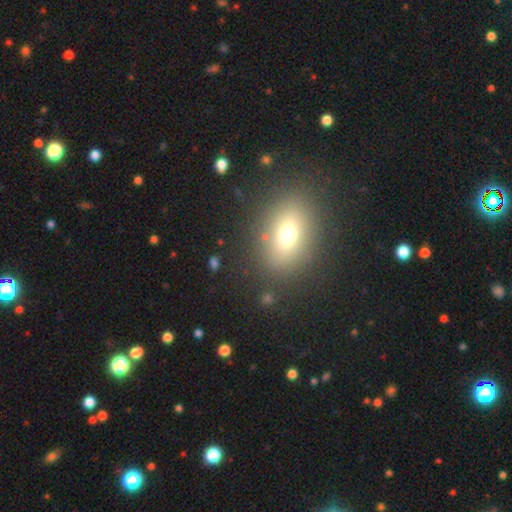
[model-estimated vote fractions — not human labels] Smooth or featured: smooth — 63% (star or artifact — 22%)
How rounded: in between — 70% (round — 26%)
Merging: none — 86% (minor disturbance — 8%)